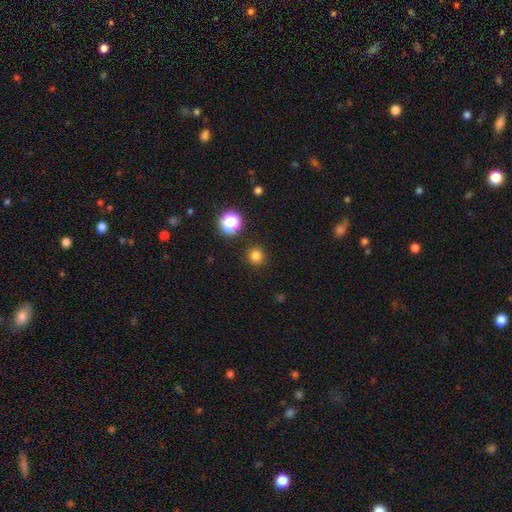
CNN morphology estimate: Smooth or featured?
  - smooth: 80% *
  - star or artifact: 16%
  - featured or disk: 4%
How rounded?
  - round: 95% *
  - in between: 4%
  - cigar-shaped: 1%
Merging?
  - none: 91% *
  - minor disturbance: 6%
  - major disturbance: 2%
  - merger: 2%